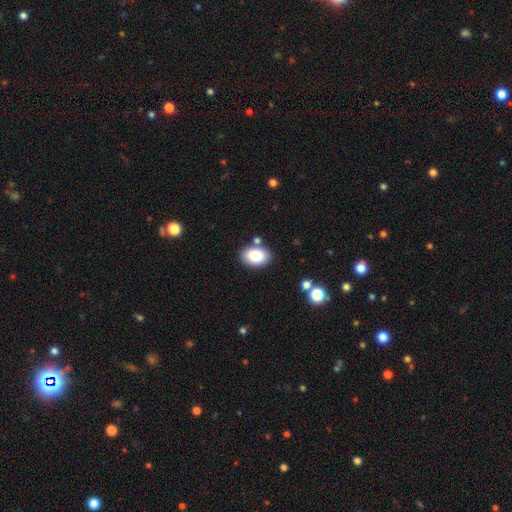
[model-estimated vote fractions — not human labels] smooth 87%, star or artifact 8%, featured or disk 5%. Down the decision tree: how rounded — in between (86%); merging — none (80%).